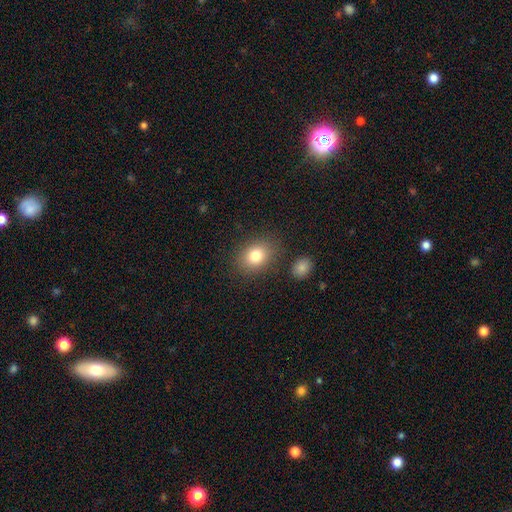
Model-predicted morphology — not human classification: Smooth or featured: smooth — 81% (star or artifact — 10%)
How rounded: in between — 61% (round — 38%)
Merging: none — 80% (minor disturbance — 12%)